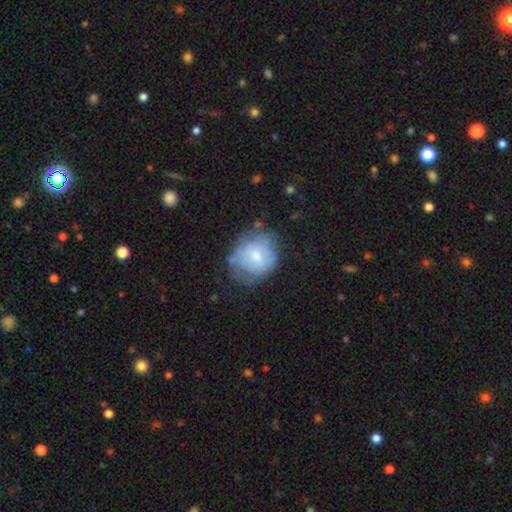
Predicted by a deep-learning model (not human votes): smooth-or-featured: smooth: 56% | featured or disk: 36% | star or artifact: 8%
  how-rounded: round: 69% | in between: 30% | cigar-shaped: 1%
  merging: none: 53% | minor disturbance: 30% | major disturbance: 14% | merger: 3%